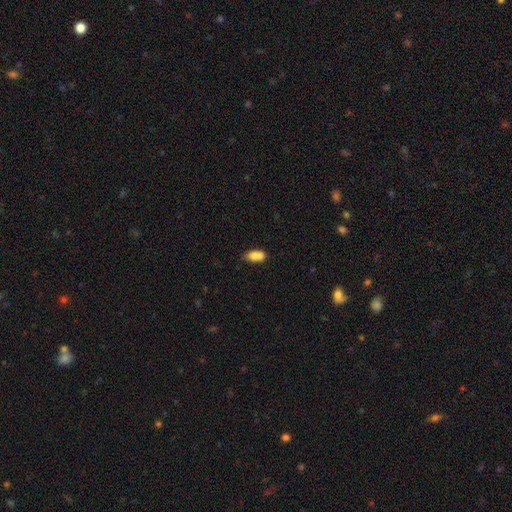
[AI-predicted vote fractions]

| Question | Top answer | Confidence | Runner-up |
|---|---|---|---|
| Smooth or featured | smooth | 75% | featured or disk (16%) |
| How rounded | in between | 83% | cigar-shaped (10%) |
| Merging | none | 41% | merger (32%) |